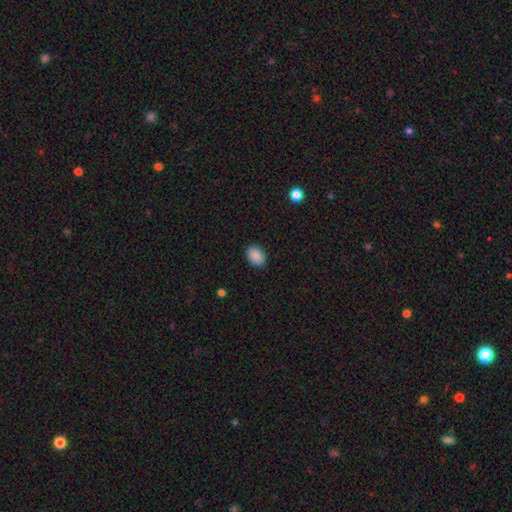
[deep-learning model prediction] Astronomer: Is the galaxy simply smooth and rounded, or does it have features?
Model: smooth — 89%.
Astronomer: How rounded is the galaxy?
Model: in between — 78%.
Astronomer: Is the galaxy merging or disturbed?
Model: none — 89%.